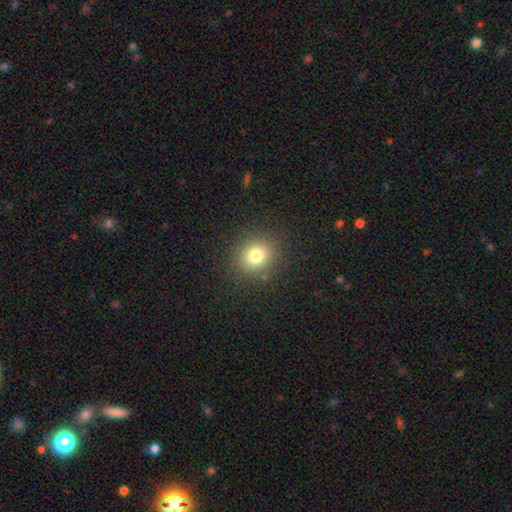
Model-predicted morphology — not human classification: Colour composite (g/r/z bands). It shows a smooth galaxy with no disk features (77%) that is round (75%). Merging: none (88%).